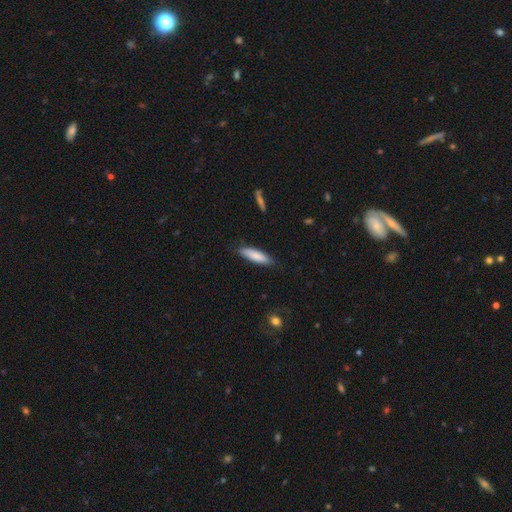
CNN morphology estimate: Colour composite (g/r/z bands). It shows a smooth galaxy with no disk features (82%) that is cigar-shaped (65%). Merging: none (82%).